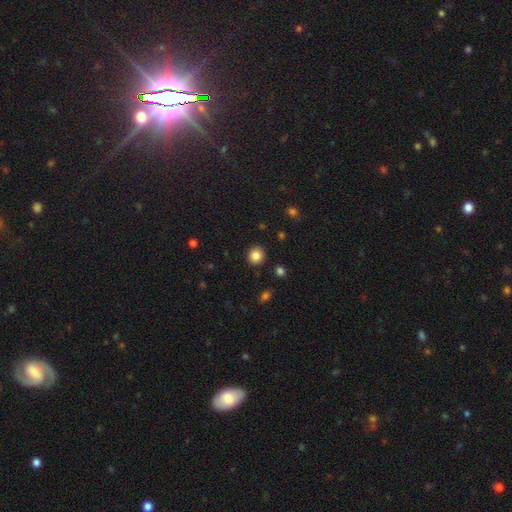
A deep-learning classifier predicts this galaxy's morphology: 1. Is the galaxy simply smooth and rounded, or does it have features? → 85% smooth, 10% star or artifact, 4% featured or disk.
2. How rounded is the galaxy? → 92% round, 7% in between, 1% cigar-shaped.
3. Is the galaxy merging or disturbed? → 92% none, 5% minor disturbance, 2% major disturbance, 1% merger.